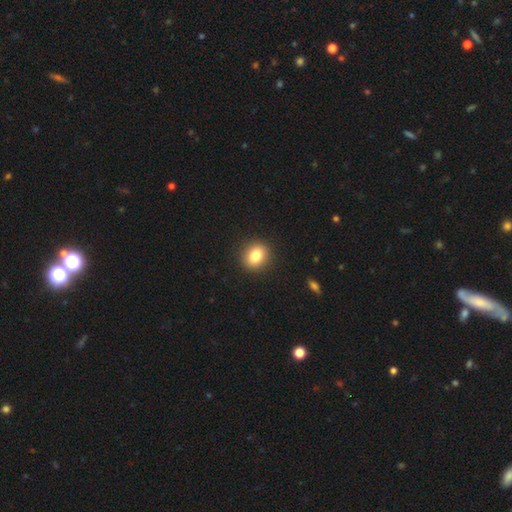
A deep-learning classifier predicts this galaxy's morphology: Overall: smooth (83%). How rounded: round (68%; in between 31%). Merging: none (91%).